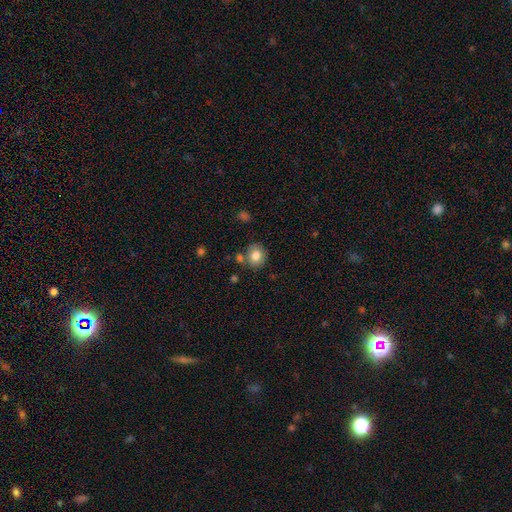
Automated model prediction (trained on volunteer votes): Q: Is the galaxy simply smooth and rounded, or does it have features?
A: smooth — 81%.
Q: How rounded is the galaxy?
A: round — 74%.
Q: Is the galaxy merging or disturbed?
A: none — 76%.